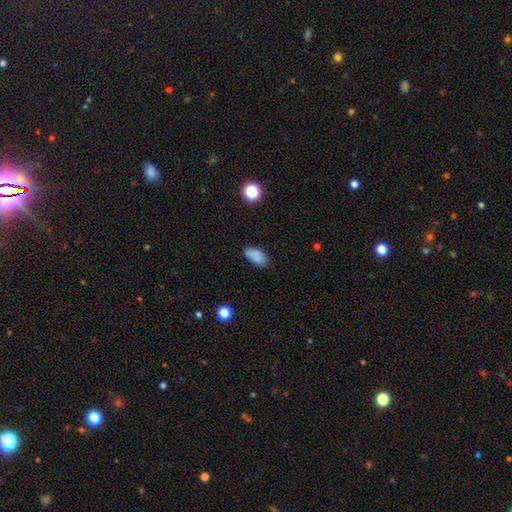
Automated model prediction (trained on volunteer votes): smooth_or_featured: smooth (p=0.81) [alt: star or artifact p=0.10]
how_rounded: in between (p=0.92) [alt: round p=0.04]
merging: none (p=0.69) [alt: minor disturbance p=0.21]